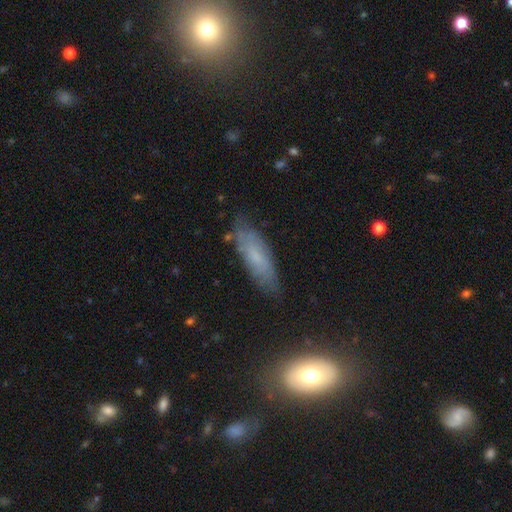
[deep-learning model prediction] This appears to be a smooth galaxy with no disk features (58%) that is in between round and cigar-shaped (51%). Merging: none (76%).